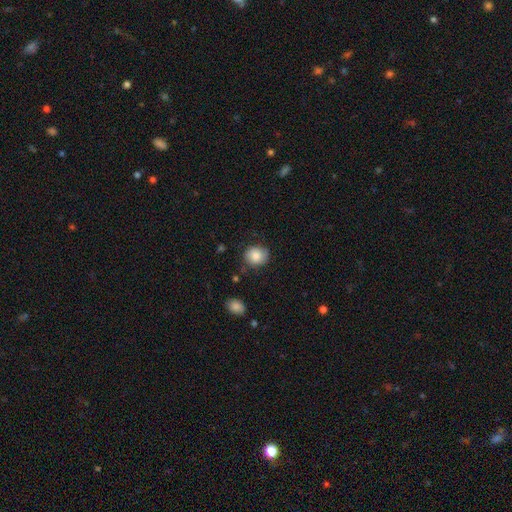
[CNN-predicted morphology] This is clearly a smooth galaxy (82%). How rounded: likely round (73%). Merging: likely none (74%).